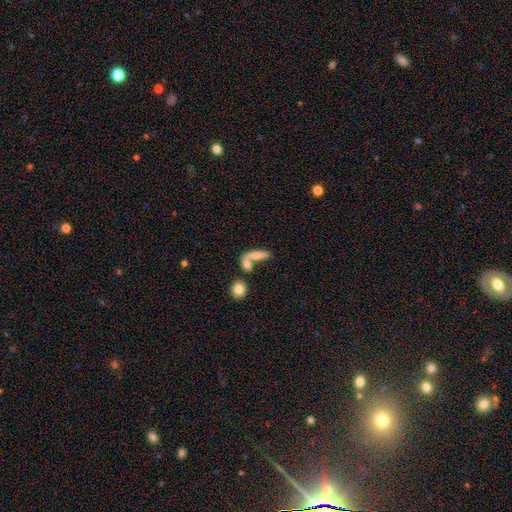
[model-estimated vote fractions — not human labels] Smooth or featured: smooth — 66% (featured or disk — 25%)
How rounded: cigar-shaped — 51% (in between — 43%)
Merging: merger — 44% (none — 36%)